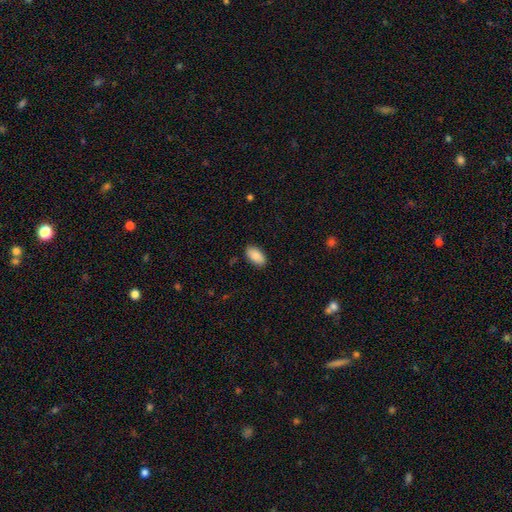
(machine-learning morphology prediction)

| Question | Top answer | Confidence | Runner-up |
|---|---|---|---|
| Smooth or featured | smooth | 88% | star or artifact (6%) |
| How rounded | in between | 95% | round (3%) |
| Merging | none | 88% | minor disturbance (9%) |